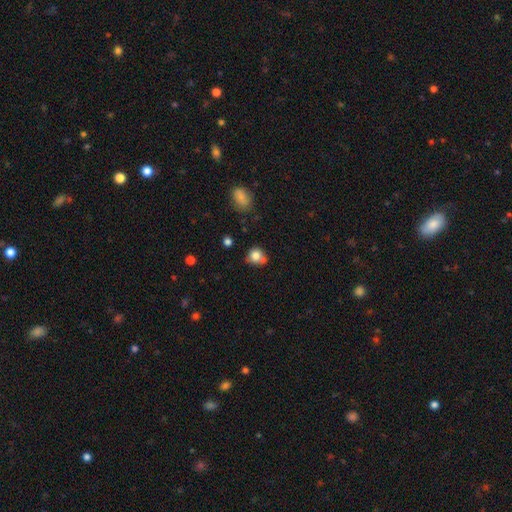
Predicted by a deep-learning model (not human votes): Smooth or featured: smooth — 79% (star or artifact — 11%)
How rounded: round — 73% (in between — 26%)
Merging: none — 53% (minor disturbance — 25%)